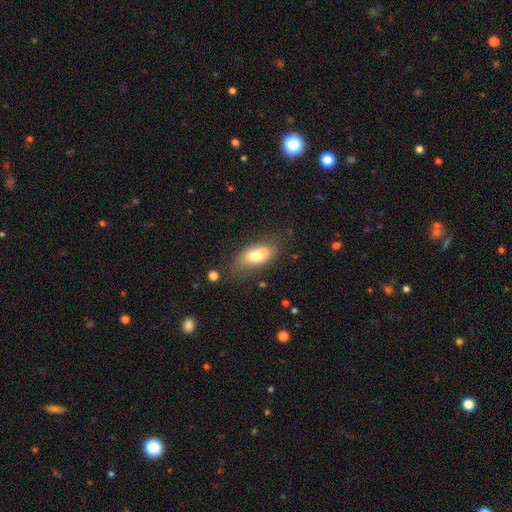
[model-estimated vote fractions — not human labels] The model was most divided on "merging": none: 43%, merger: 38%, minor disturbance: 14%, major disturbance: 6%. More confident: how rounded — in between (81%); smooth or featured — smooth (66%).